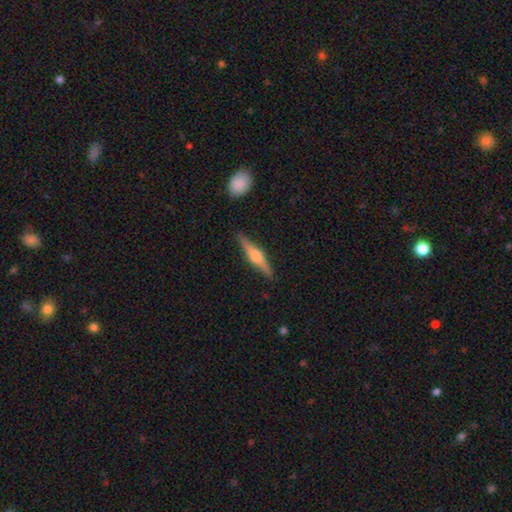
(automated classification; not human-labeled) A featured or disk galaxy (72%) viewed edge-on (98%) with a rounded central bulge (92%). Merging: none (89%).